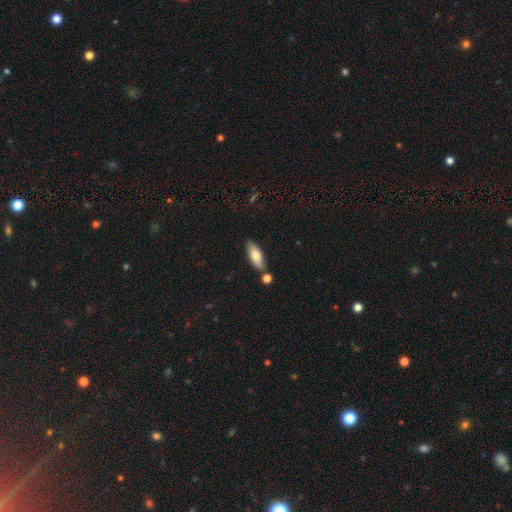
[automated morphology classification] A smooth galaxy with no disk features (75%) that is in between round and cigar-shaped (68%). Merging: none (72%).